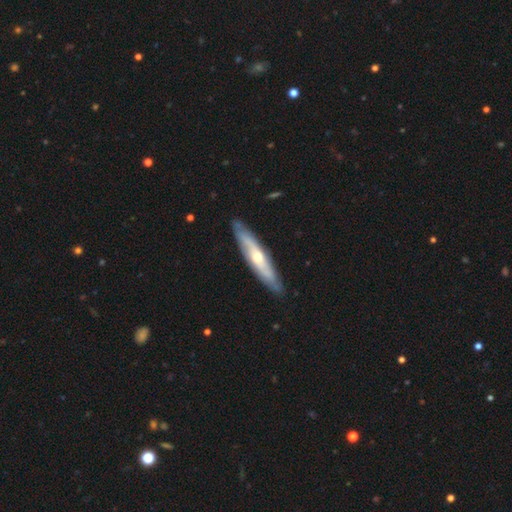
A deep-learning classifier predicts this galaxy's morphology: Smooth or featured?
  - featured or disk: 61% *
  - smooth: 33%
  - star or artifact: 6%
Edge-on disk?
  - yes: 71% *
  - no: 29%
Merging?
  - none: 88% *
  - minor disturbance: 9%
  - major disturbance: 2%
  - merger: 1%